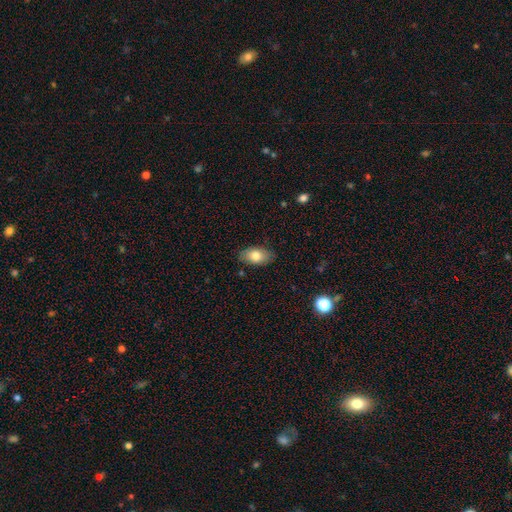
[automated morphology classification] Smooth or featured?
  - smooth: 79% *
  - featured or disk: 14%
  - star or artifact: 7%
How rounded?
  - in between: 92% *
  - round: 5%
  - cigar-shaped: 2%
Merging?
  - none: 85% *
  - minor disturbance: 11%
  - major disturbance: 2%
  - merger: 1%